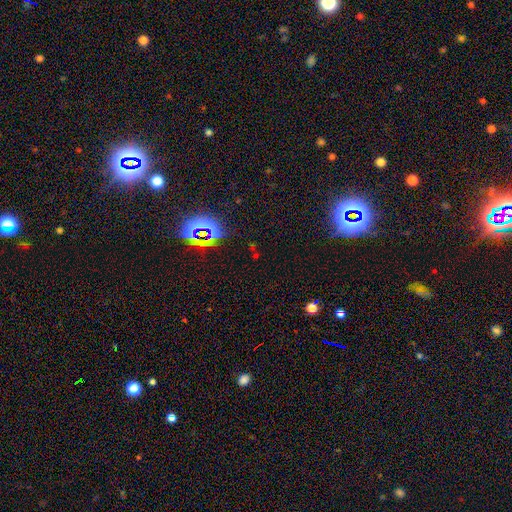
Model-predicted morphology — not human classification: type=star or artifact (71%).